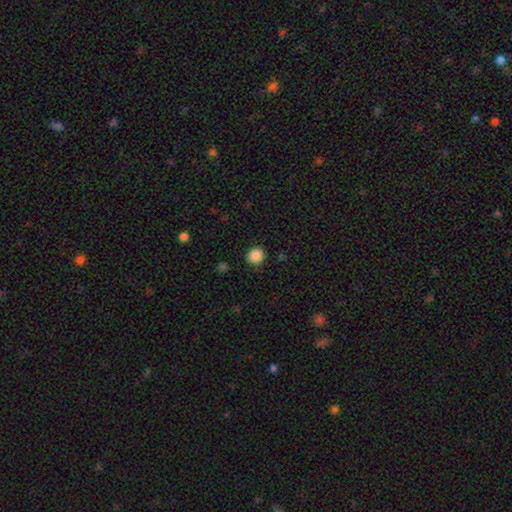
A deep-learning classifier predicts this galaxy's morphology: Smooth or featured? Predicted: smooth (p=0.88). How rounded? Predicted: round (p=0.89). Merging? Predicted: none (p=0.89).